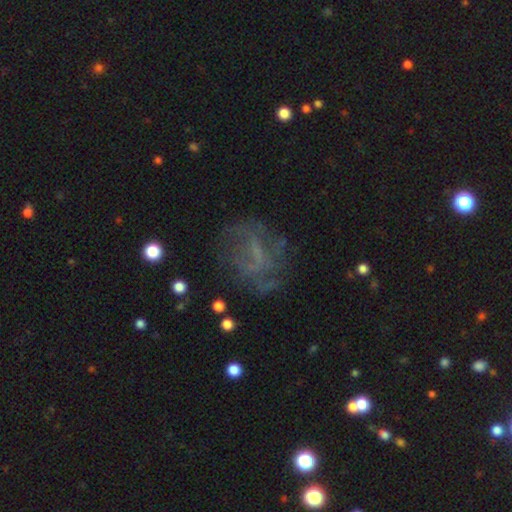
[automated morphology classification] Smooth or featured? Predicted: featured or disk (p=0.53). Edge-on disk? Predicted: no (p=0.96). Bar? Predicted: no (p=0.51). Spiral arms? Predicted: yes (p=0.54). Bulge size? Predicted: none (p=0.60). Merging? Predicted: none (p=0.61).